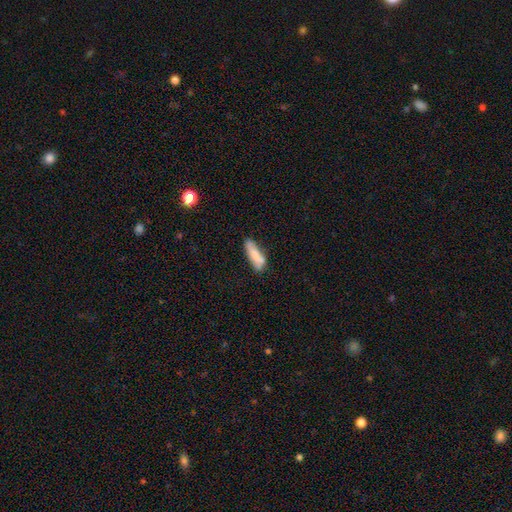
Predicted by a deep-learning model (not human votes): smooth 75%, featured or disk 19%, star or artifact 7%. Down the decision tree: how rounded — cigar-shaped (57%); merging — none (58%).